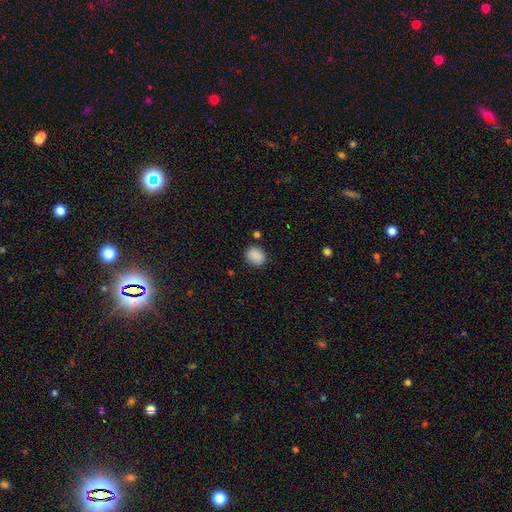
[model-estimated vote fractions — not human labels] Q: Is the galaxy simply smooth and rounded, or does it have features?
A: smooth — 88%.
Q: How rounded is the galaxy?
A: round — 55%.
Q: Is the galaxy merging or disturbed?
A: none — 83%.